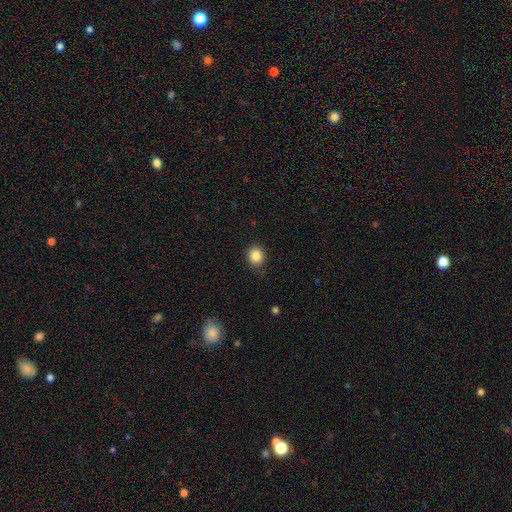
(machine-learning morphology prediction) A smooth galaxy with no disk features (85%) that is round (76%).

Vote fractions:
- Smooth or featured? smooth: 85% / star or artifact: 10% / featured or disk: 4%
- How rounded? round: 76% / in between: 23% / cigar-shaped: 1%
- Merging? none: 81% / minor disturbance: 14% / major disturbance: 3% / merger: 1%